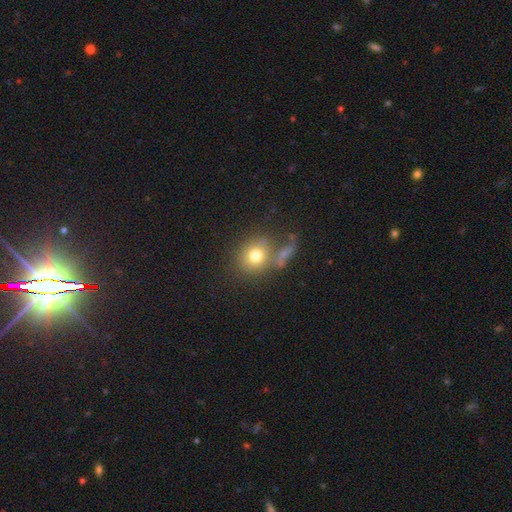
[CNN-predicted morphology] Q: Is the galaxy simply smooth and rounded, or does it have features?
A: smooth — 75%.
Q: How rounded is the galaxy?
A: round — 79%.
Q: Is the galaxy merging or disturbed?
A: none — 63%.